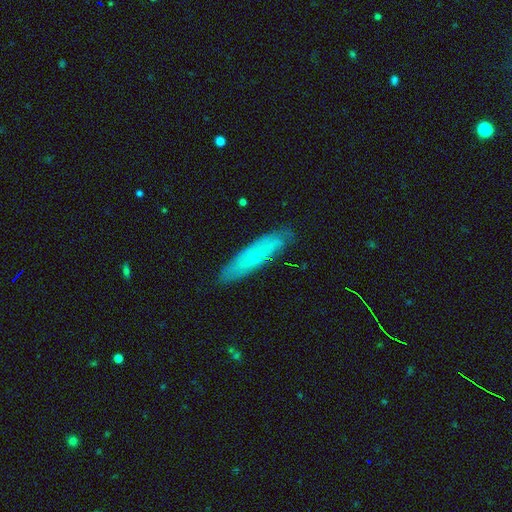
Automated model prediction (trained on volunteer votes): Q: Smooth or featured?
A: featured or disk (47%); runner-up: smooth (46%)
Q: Merging?
A: none (82%); runner-up: minor disturbance (14%)